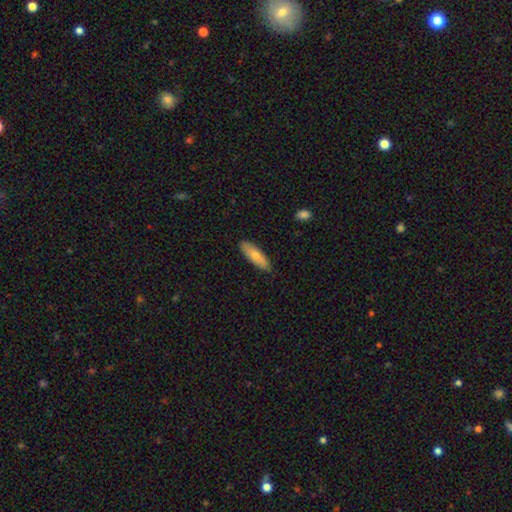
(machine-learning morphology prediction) smooth-or-featured: smooth: 74% | featured or disk: 21% | star or artifact: 5%
  how-rounded: in between: 53% | cigar-shaped: 45% | round: 2%
  merging: none: 86% | minor disturbance: 11% | major disturbance: 2% | merger: 1%